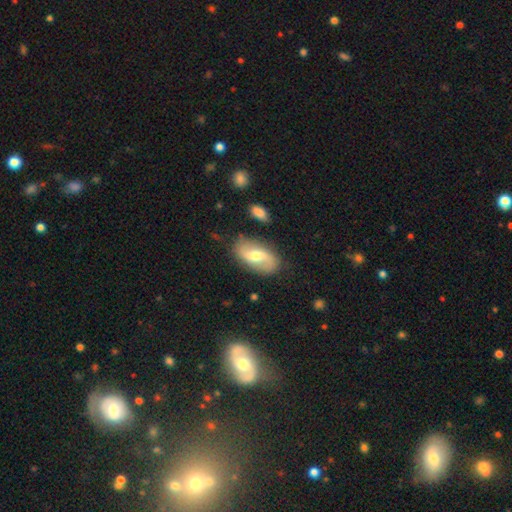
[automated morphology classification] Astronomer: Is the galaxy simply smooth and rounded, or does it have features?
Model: featured or disk — 67%.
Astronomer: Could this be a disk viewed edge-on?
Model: no — 94%.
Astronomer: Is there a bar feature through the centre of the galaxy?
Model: weak — 50% (runner-up: no, 28%).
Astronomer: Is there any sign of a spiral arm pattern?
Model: yes — 86%.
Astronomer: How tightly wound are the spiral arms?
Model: loose — 71%.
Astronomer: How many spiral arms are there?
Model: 2 — 90%.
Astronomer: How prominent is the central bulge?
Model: moderate — 67%.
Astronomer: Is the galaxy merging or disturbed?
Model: none — 79%.